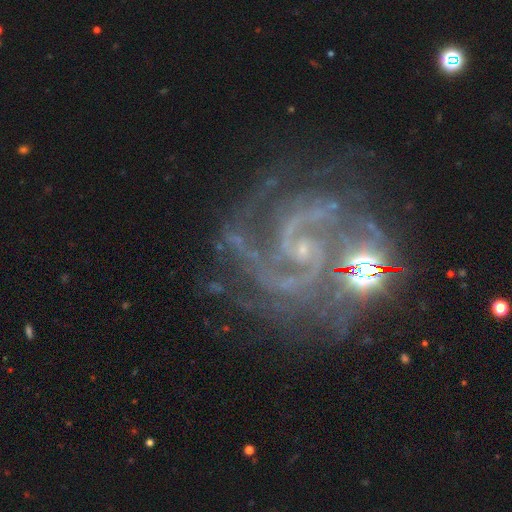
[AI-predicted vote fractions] Q: Smooth or featured?
A: featured or disk (90%); runner-up: star or artifact (8%)
Q: Edge-on disk?
A: no (98%); runner-up: yes (2%)
Q: Bar?
A: no (50%); runner-up: weak (37%)
Q: Spiral arms?
A: yes (98%); runner-up: no (2%)
Q: Spiral winding?
A: medium (51%); runner-up: tight (39%)
Q: Spiral arm count?
A: 2 (57%); runner-up: 3 (15%)
Q: Bulge size?
A: small (78%); runner-up: none (10%)
Q: Merging?
A: none (63%); runner-up: minor disturbance (18%)